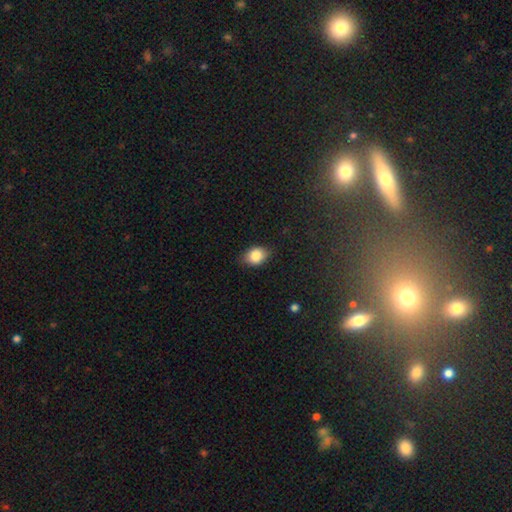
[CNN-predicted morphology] This appears to be a smooth galaxy with no disk features (83%) that is in between round and cigar-shaped (69%). Merging: none (79%).